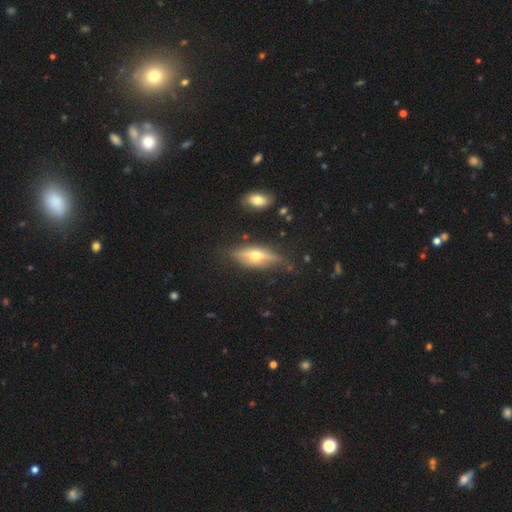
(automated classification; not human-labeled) Q: Smooth or featured?
A: featured or disk (65%); runner-up: smooth (28%)
Q: Edge-on disk?
A: yes (88%); runner-up: no (12%)
Q: Edge-on bulge?
A: rounded (93%); runner-up: boxy (4%)
Q: Merging?
A: none (75%); runner-up: minor disturbance (17%)